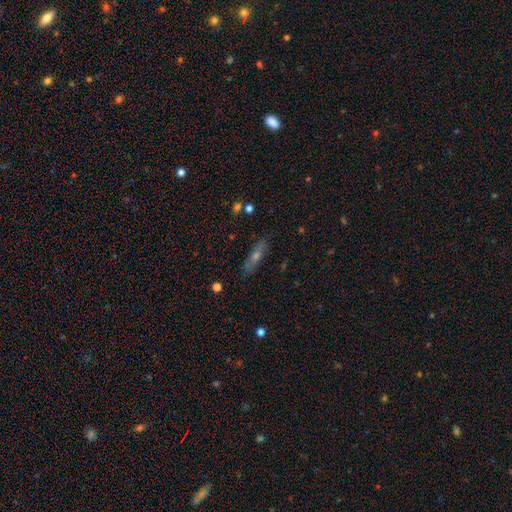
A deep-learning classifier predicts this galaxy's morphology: smooth-or-featured: featured or disk: 46% | smooth: 42% | star or artifact: 12%
  merging: none: 85% | minor disturbance: 10% | major disturbance: 2% | merger: 2%